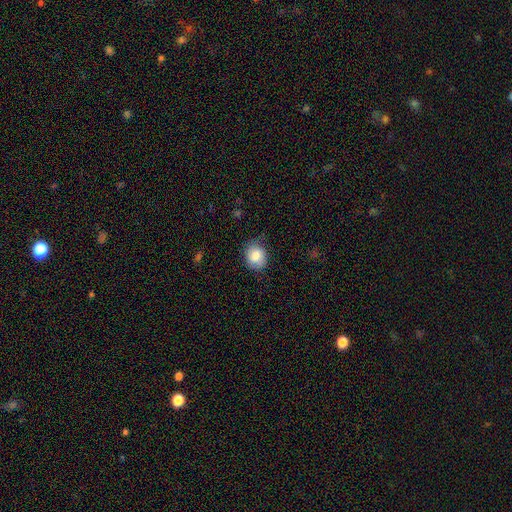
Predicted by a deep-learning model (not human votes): Smooth or featured: smooth — 79% (featured or disk — 13%)
How rounded: round — 53% (in between — 46%)
Merging: none — 71% (minor disturbance — 22%)